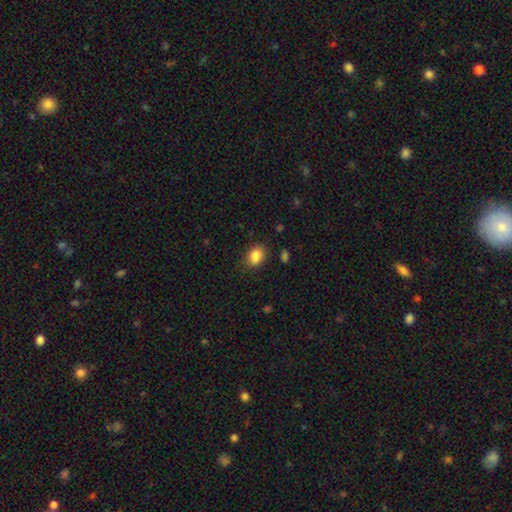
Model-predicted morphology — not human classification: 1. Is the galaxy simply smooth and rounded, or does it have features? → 86% smooth, 9% star or artifact, 5% featured or disk.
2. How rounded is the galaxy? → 73% in between, 26% round, 1% cigar-shaped.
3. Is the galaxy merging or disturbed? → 77% none, 17% minor disturbance, 4% major disturbance, 2% merger.